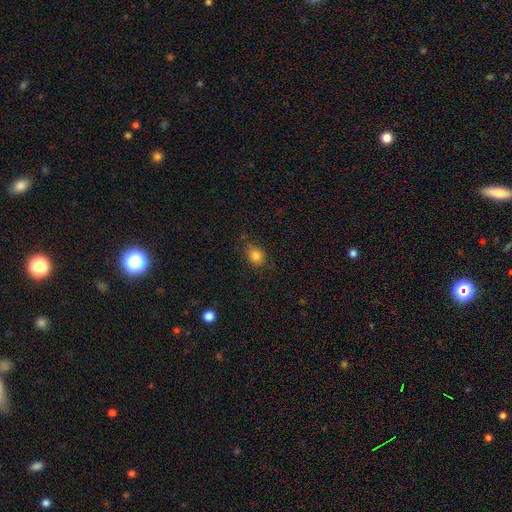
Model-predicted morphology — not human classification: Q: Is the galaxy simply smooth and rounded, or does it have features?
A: smooth — 83%.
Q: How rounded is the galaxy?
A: round — 53%.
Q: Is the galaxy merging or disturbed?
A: none — 78%.